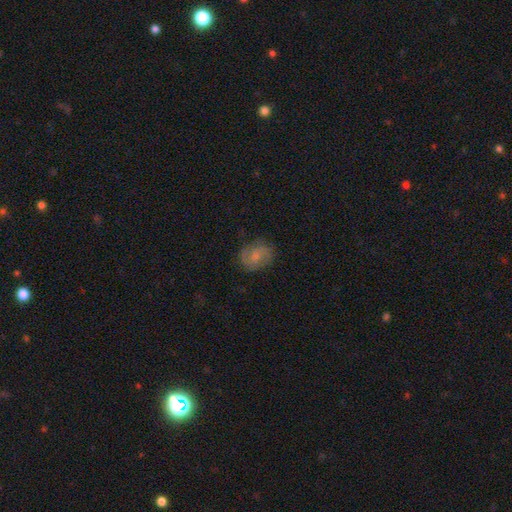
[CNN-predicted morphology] Smooth or featured: smooth — 55% (featured or disk — 36%)
How rounded: round — 53% (in between — 46%)
Merging: none — 73% (minor disturbance — 18%)